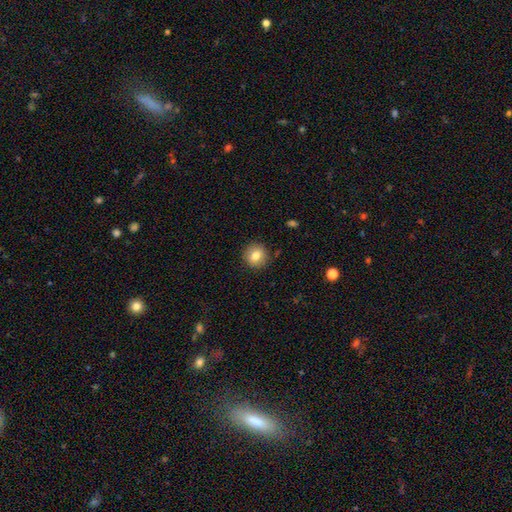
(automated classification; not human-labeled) The model was most divided on "smooth or featured": smooth: 80%, featured or disk: 11%, star or artifact: 9%. More confident: how rounded — round (90%); merging — none (90%).